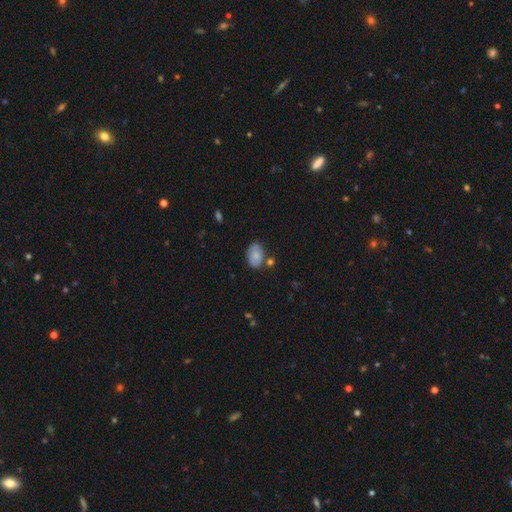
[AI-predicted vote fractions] This appears to be a smooth galaxy with no disk features (79%) that is in between round and cigar-shaped (84%). Merging: none (66%).